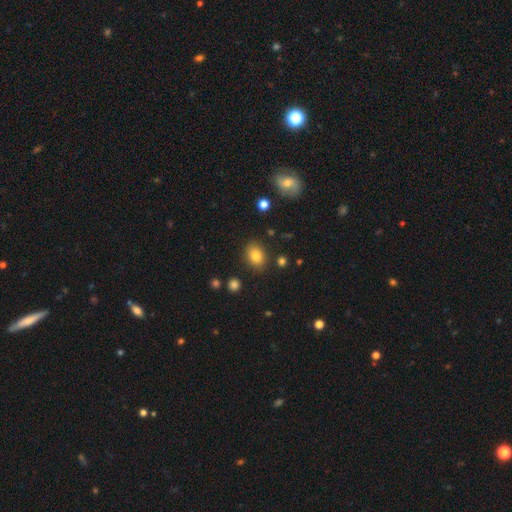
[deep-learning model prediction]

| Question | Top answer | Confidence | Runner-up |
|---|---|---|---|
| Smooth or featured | smooth | 82% | star or artifact (11%) |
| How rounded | in between | 61% | round (38%) |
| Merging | none | 84% | minor disturbance (10%) |